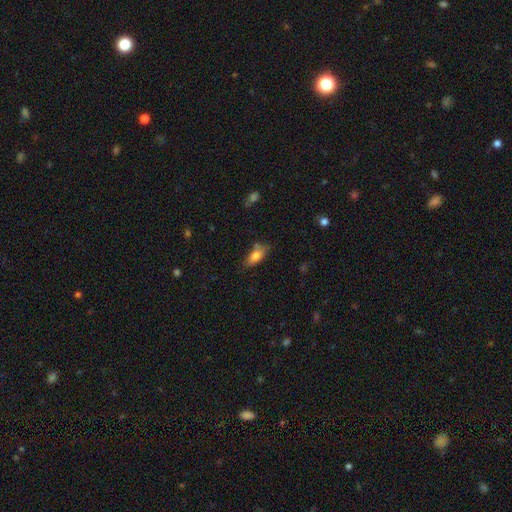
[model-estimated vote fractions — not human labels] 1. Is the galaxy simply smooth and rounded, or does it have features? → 75% smooth, 18% featured or disk, 8% star or artifact.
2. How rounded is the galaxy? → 79% in between, 17% cigar-shaped, 3% round.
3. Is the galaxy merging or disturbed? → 64% none, 24% minor disturbance, 6% merger, 6% major disturbance.